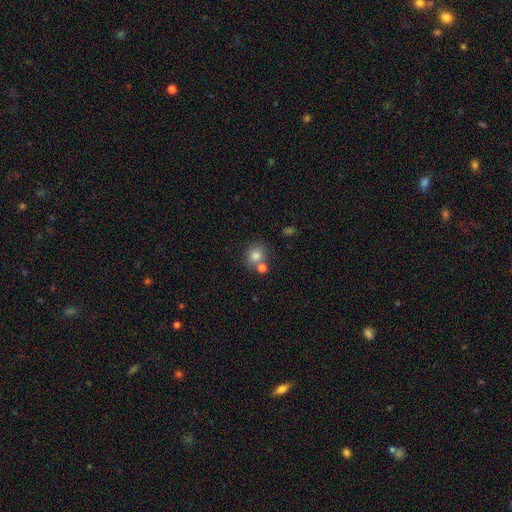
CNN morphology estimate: Smooth or featured?
  - smooth: 82% *
  - star or artifact: 11%
  - featured or disk: 7%
How rounded?
  - round: 84% *
  - in between: 15%
  - cigar-shaped: 1%
Merging?
  - none: 62% *
  - merger: 25%
  - minor disturbance: 10%
  - major disturbance: 3%